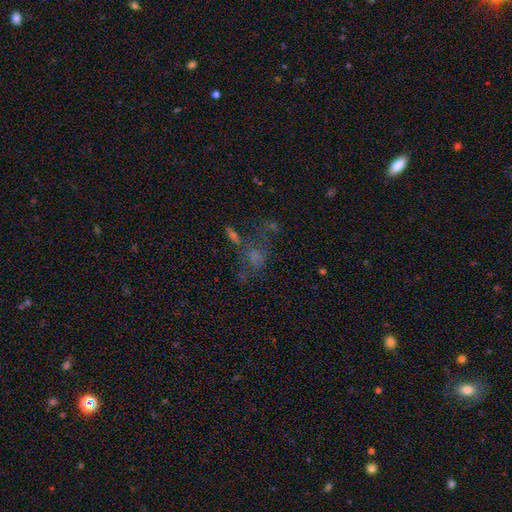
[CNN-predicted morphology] Smooth or featured? smooth (39%)
Merging? none (39%)